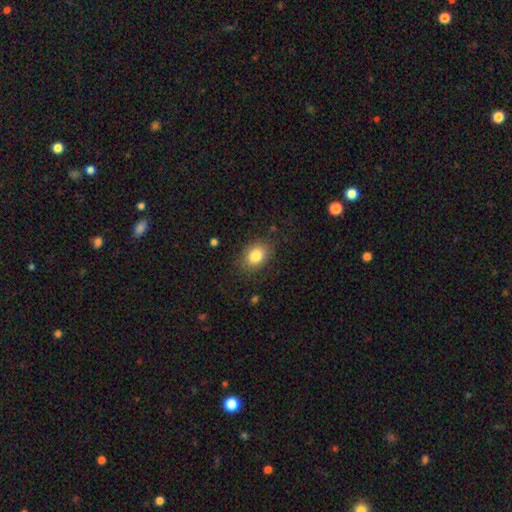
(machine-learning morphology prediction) A smooth galaxy with no disk features (83%) that is in between round and cigar-shaped (70%). Merging: none (81%).